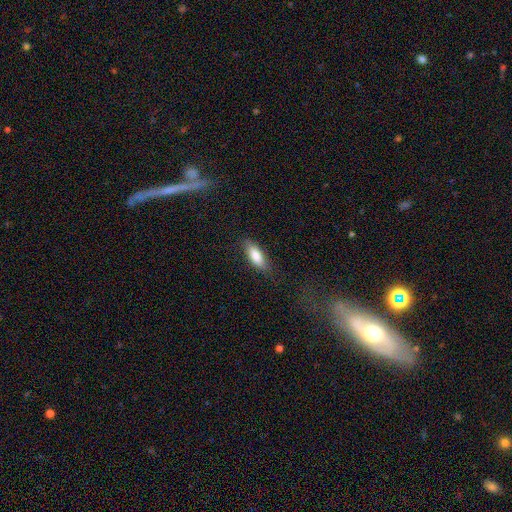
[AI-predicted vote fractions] The model was most divided on "how rounded": in between: 68%, cigar-shaped: 30%, round: 2%. More confident: smooth or featured — smooth (81%); merging — none (80%).